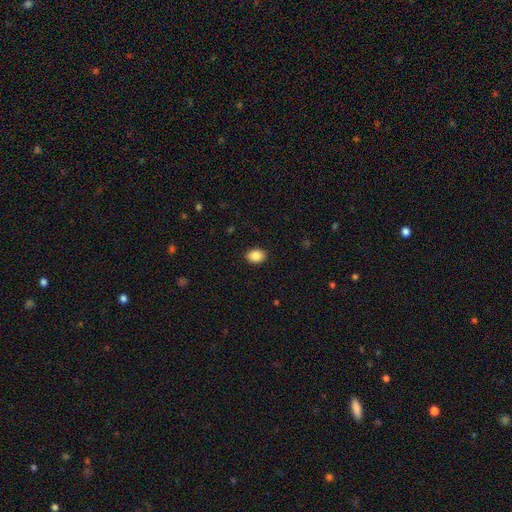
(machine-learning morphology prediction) A smooth galaxy with no disk features (88%) that is in between round and cigar-shaped (69%). Merging: none (90%).